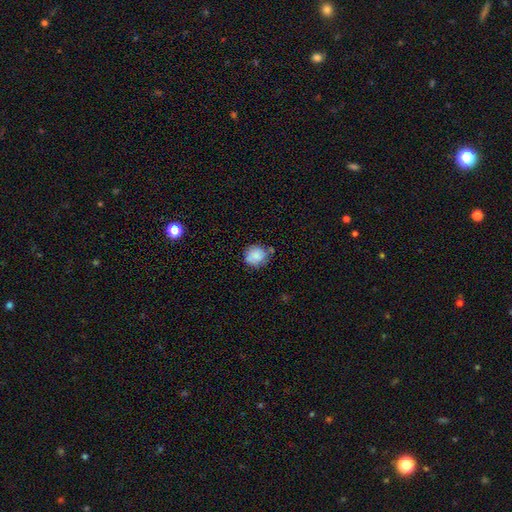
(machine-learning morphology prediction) This is clearly a smooth galaxy (81%). How rounded: clearly round (83%). Merging: likely none (63%).